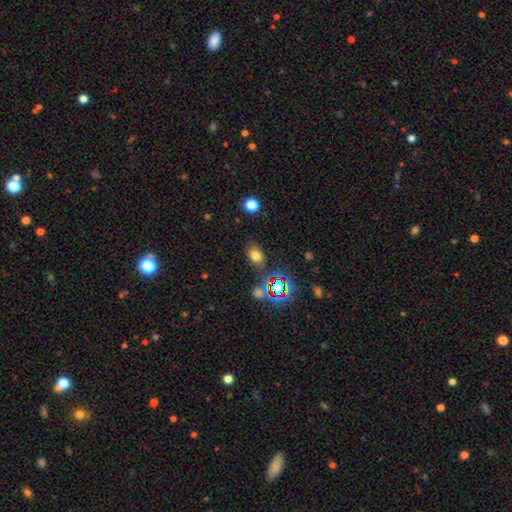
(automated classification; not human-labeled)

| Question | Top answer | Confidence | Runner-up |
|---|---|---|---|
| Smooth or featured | smooth | 70% | star or artifact (21%) |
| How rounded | in between | 78% | round (20%) |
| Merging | none | 76% | minor disturbance (14%) |